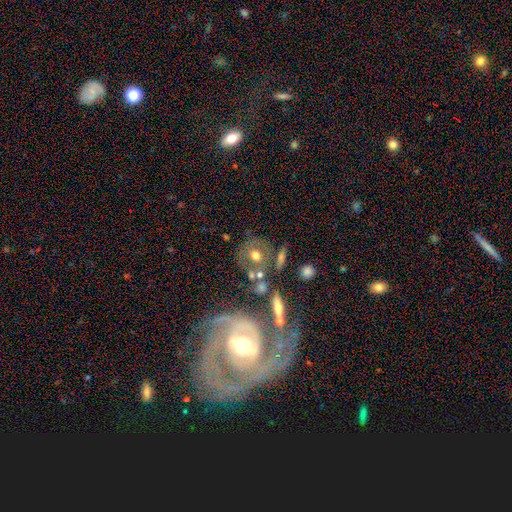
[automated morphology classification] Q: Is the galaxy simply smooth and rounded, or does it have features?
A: smooth — 52%.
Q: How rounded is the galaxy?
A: round — 76%.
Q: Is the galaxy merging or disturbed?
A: none — 59%.